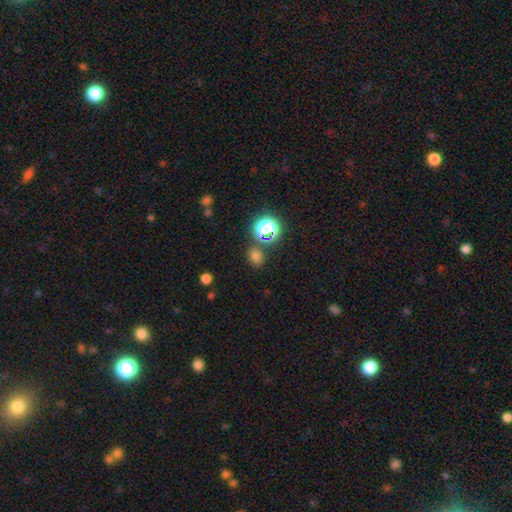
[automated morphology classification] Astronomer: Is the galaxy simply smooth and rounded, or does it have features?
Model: smooth — 69%.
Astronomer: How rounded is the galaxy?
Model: round — 60% (runner-up: in between, 39%).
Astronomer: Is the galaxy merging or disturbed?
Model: none — 76%.